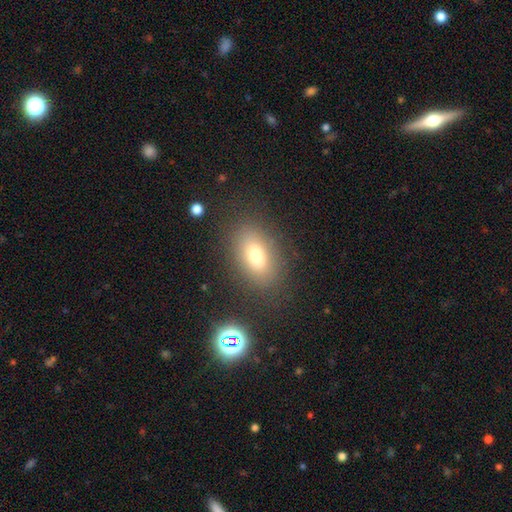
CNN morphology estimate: smooth-or-featured: smooth: 74% | featured or disk: 14% | star or artifact: 13%
  how-rounded: in between: 86% | round: 11% | cigar-shaped: 3%
  merging: none: 83% | minor disturbance: 10% | major disturbance: 4% | merger: 3%